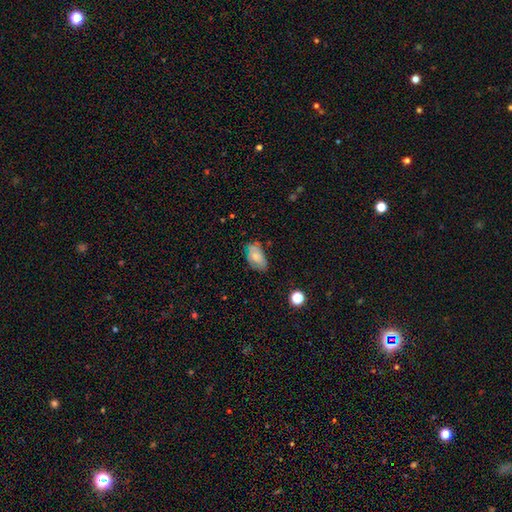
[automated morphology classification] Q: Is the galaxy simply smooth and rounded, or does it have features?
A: smooth — 62%.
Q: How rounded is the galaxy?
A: in between — 91%.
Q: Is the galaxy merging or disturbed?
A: none — 63%.